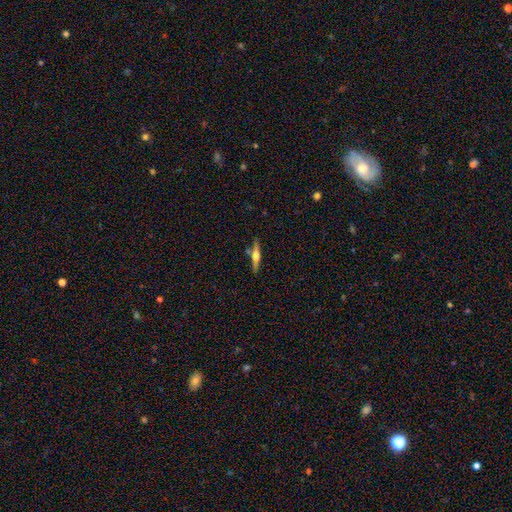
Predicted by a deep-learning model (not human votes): A featured or disk galaxy (62%) viewed edge-on (96%) with a rounded central bulge (89%). Merging: none (81%).